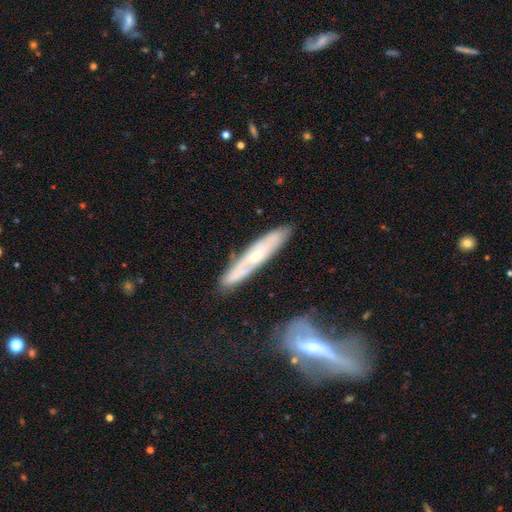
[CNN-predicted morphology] Q: Smooth or featured?
A: featured or disk (58%); runner-up: smooth (35%)
Q: Edge-on disk?
A: yes (62%); runner-up: no (38%)
Q: Merging?
A: none (79%); runner-up: minor disturbance (14%)